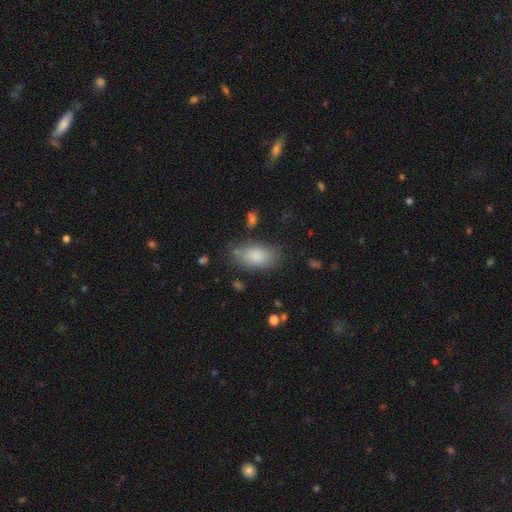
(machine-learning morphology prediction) This is clearly a smooth galaxy (85%). How rounded: clearly in between (92%). Merging: likely none (77%).